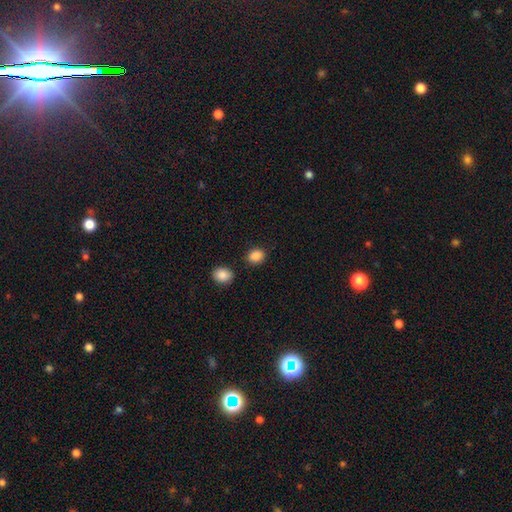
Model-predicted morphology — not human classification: smooth-or-featured: smooth: 88% | star or artifact: 9% | featured or disk: 3%
  how-rounded: round: 55% | in between: 44% | cigar-shaped: 1%
  merging: none: 84% | minor disturbance: 9% | merger: 4% | major disturbance: 3%